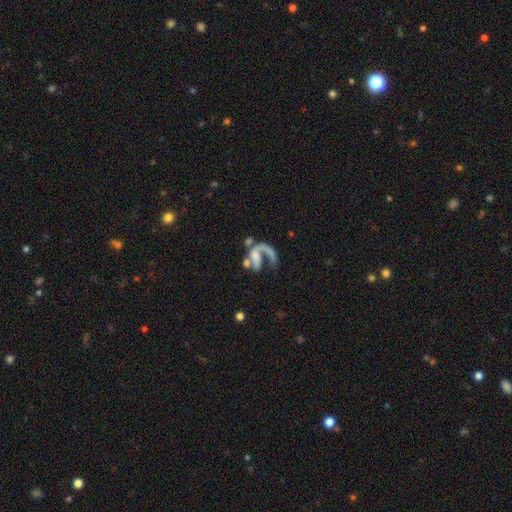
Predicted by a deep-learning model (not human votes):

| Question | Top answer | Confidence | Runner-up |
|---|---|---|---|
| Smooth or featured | featured or disk | 73% | smooth (17%) |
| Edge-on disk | no | 97% | yes (3%) |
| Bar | no | 58% | weak (26%) |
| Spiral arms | yes | 74% | no (26%) |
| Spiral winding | loose | 66% | medium (25%) |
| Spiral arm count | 1 | 73% | 2 (20%) |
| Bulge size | none | 44% | small (30%) |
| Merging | major disturbance | 39% | merger (28%) |